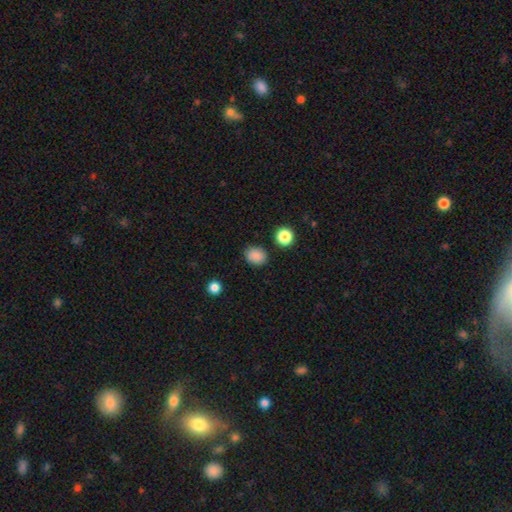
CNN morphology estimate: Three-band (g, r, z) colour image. It shows a smooth galaxy with no disk features (86%) that is round (51%). Merging: none (86%).